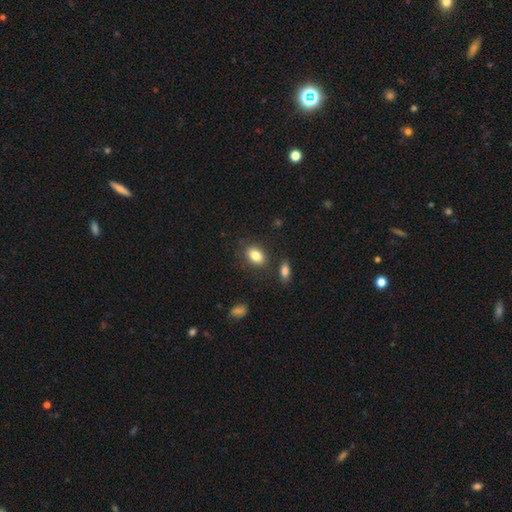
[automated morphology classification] The model was most divided on "merging": none: 79%, minor disturbance: 12%, merger: 5%, major disturbance: 3%. More confident: smooth or featured — smooth (84%); how rounded — in between (83%).